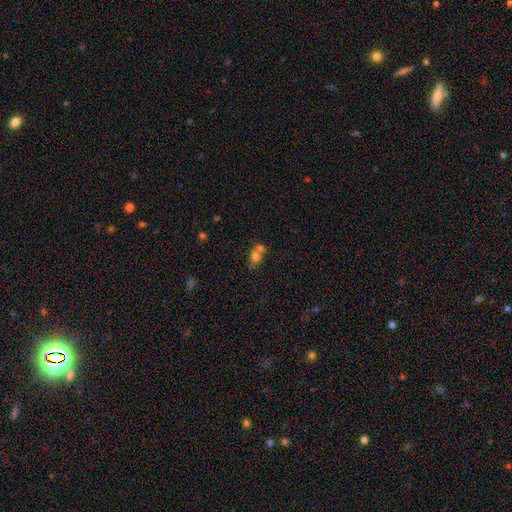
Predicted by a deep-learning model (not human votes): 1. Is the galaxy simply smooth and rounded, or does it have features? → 69% smooth, 18% featured or disk, 13% star or artifact.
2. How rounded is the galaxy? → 49% round, 48% in between, 3% cigar-shaped.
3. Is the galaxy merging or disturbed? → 53% merger, 32% none, 10% minor disturbance, 5% major disturbance.